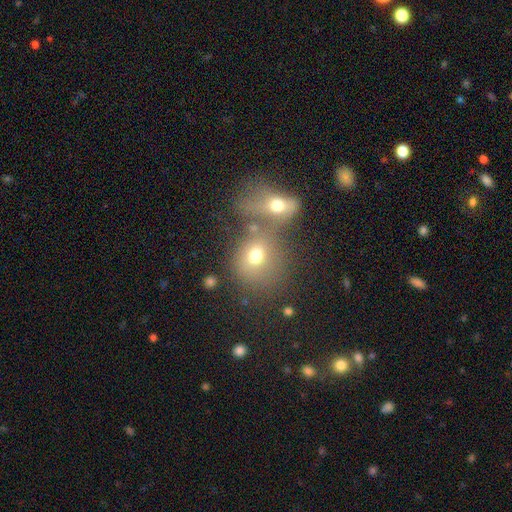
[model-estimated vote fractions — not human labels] Smooth or featured? Predicted: smooth (p=0.69). How rounded? Predicted: round (p=0.63). Merging? Predicted: merger (p=0.55).